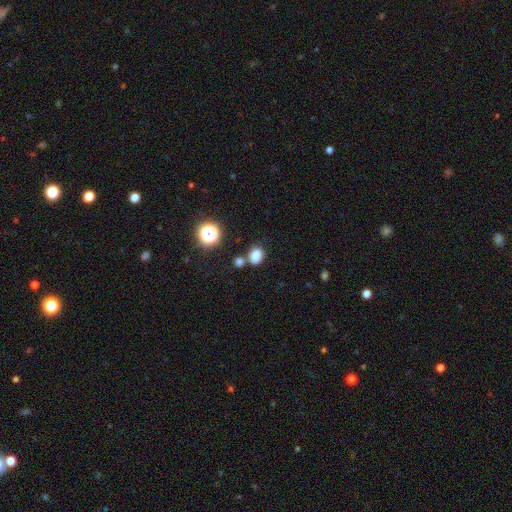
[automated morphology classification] This appears to be a smooth galaxy with no disk features (80%) that is in between round and cigar-shaped (52%). Merging: none (67%).